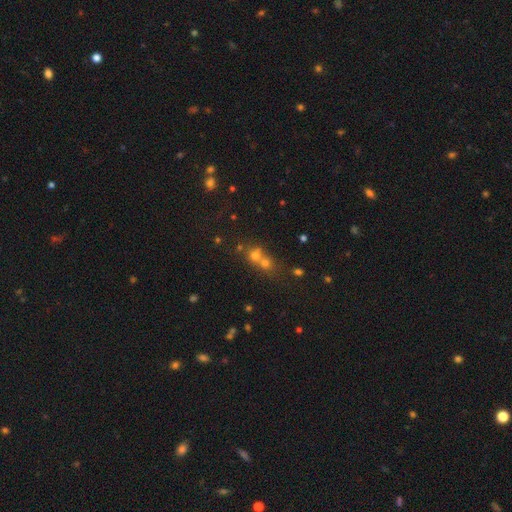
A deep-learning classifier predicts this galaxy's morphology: A smooth galaxy with no disk features (59%) that is round (79%).

Vote fractions:
- Smooth or featured? smooth: 59% / star or artifact: 25% / featured or disk: 16%
- How rounded? round: 79% / in between: 19% / cigar-shaped: 2%
- Merging? merger: 57% / none: 35% / minor disturbance: 6% / major disturbance: 3%